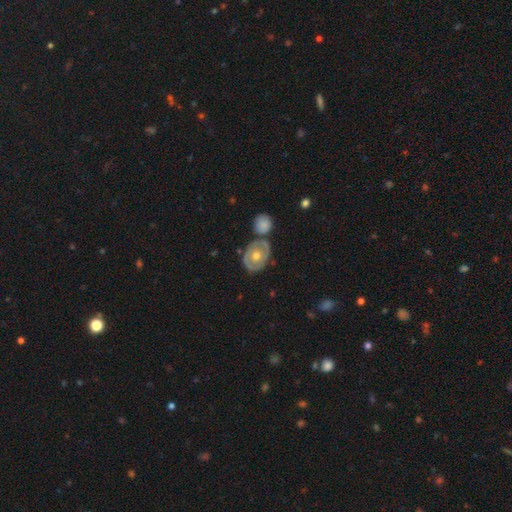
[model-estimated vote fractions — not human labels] Smooth or featured? Predicted: featured or disk (p=0.67). Edge-on disk? Predicted: no (p=0.95). Bar? Predicted: no (p=0.87). Spiral arms? Predicted: no (p=0.51). Bulge size? Predicted: moderate (p=0.77). Merging? Predicted: none (p=0.66).